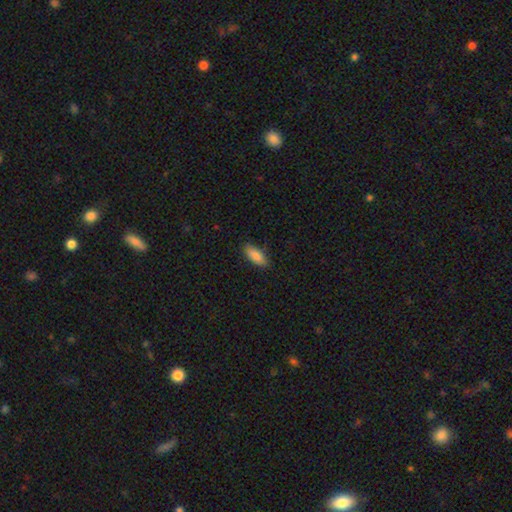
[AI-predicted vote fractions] This appears to be a smooth galaxy with no disk features (87%) that is in between round and cigar-shaped (79%). Merging: none (85%).